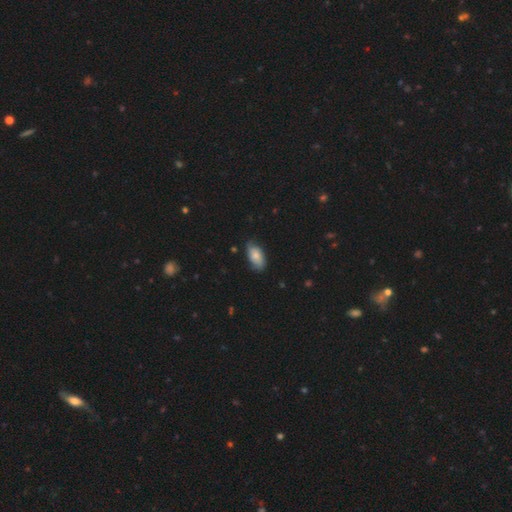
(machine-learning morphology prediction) Smooth or featured?
  - smooth: 68% *
  - featured or disk: 24%
  - star or artifact: 7%
How rounded?
  - in between: 92% *
  - cigar-shaped: 4%
  - round: 3%
Merging?
  - none: 71% *
  - minor disturbance: 23%
  - major disturbance: 4%
  - merger: 1%